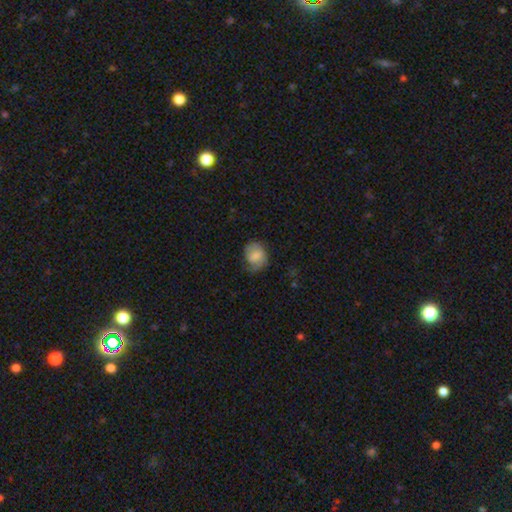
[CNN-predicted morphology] smooth 69%, featured or disk 24%, star or artifact 7%. Down the decision tree: how rounded — round (57%); merging — none (50%).